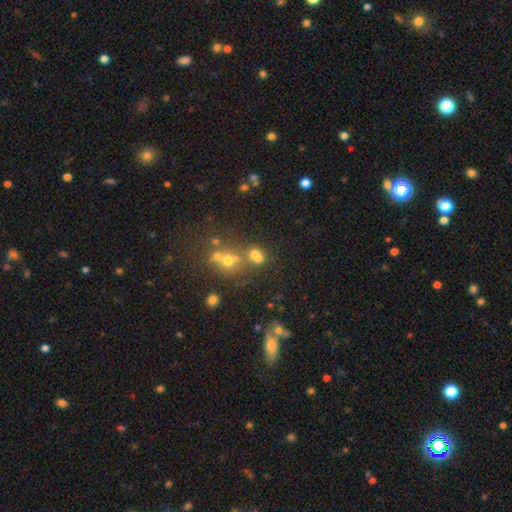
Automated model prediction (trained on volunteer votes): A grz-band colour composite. It shows a smooth galaxy with no disk features (59%) that is round (52%). Merging: none (42%).